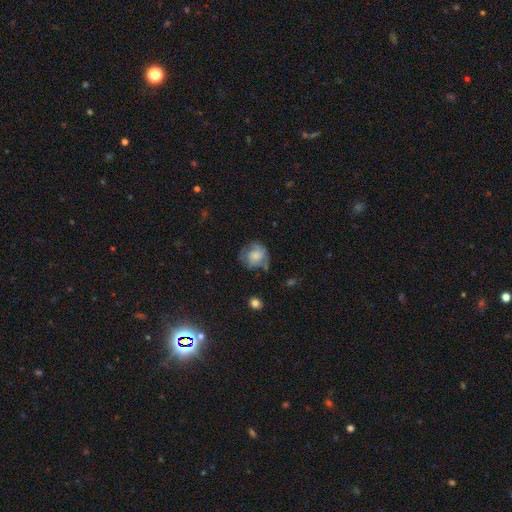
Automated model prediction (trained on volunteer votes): A smooth galaxy with no disk features (52%) that is round (79%). Merging: none (55%).